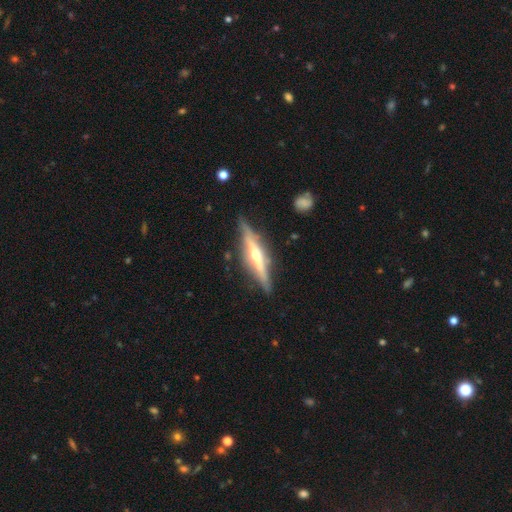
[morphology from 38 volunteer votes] Smooth or featured? featured or disk (89%)
Edge-on disk? yes (100%)
Edge-on bulge? rounded (79%)
Merging? none (82%)